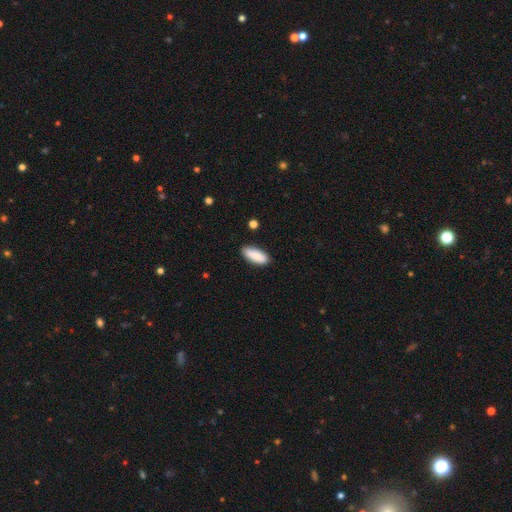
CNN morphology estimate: smooth 90%, star or artifact 6%, featured or disk 4%. Down the decision tree: how rounded — in between (79%); merging — none (87%).